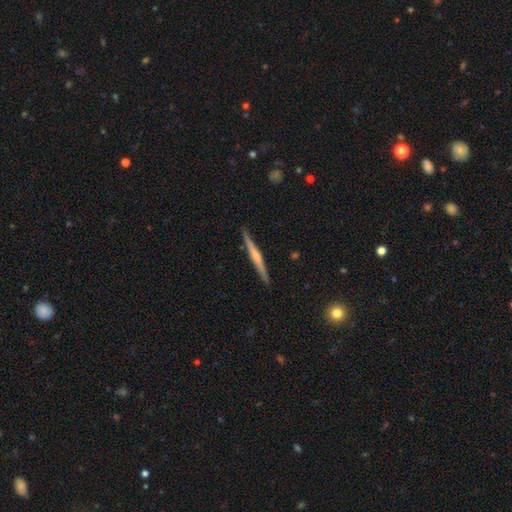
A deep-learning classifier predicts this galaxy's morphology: This appears to be a featured or disk galaxy (64%) viewed edge-on (98%) with a rounded central bulge (54%). Merging: none (91%).